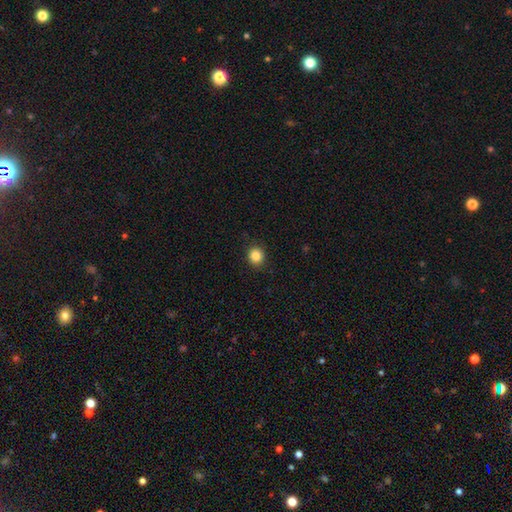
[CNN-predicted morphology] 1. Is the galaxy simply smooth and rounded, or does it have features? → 85% smooth, 11% star or artifact, 5% featured or disk.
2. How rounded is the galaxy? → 87% round, 13% in between, 1% cigar-shaped.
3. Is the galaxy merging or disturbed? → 91% none, 6% minor disturbance, 2% major disturbance, 1% merger.